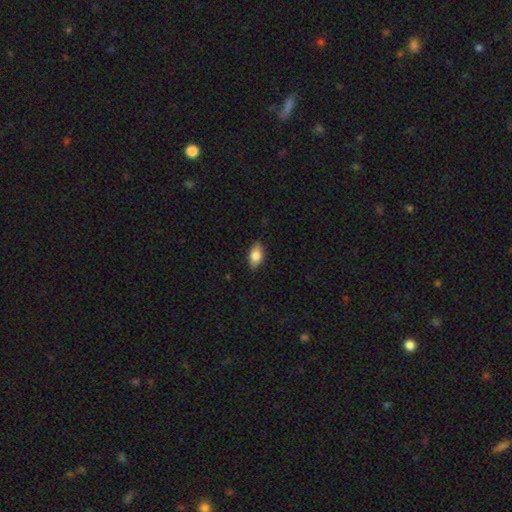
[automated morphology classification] Smooth or featured? Predicted: smooth (p=0.78). How rounded? Predicted: in between (p=0.89). Merging? Predicted: none (p=0.84).